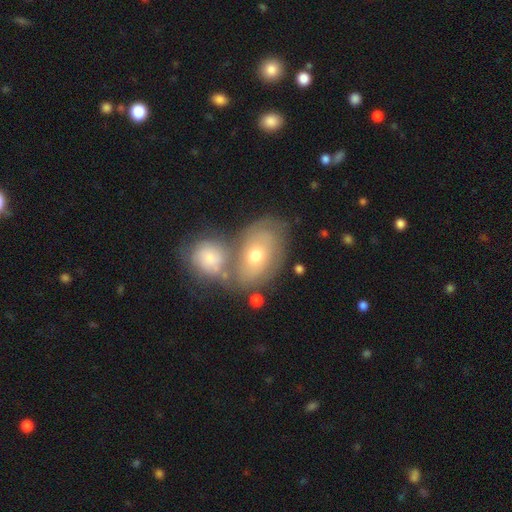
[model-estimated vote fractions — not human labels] Smooth or featured: featured or disk — 46% (tied with smooth — 46%)
Merging: none — 40% (tied with merger — 40%)